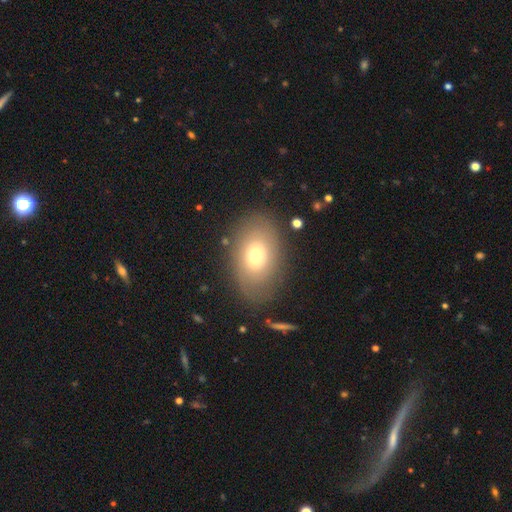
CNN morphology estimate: Smooth or featured: smooth — 63% (featured or disk — 27%)
How rounded: in between — 84% (round — 15%)
Merging: none — 78% (minor disturbance — 13%)